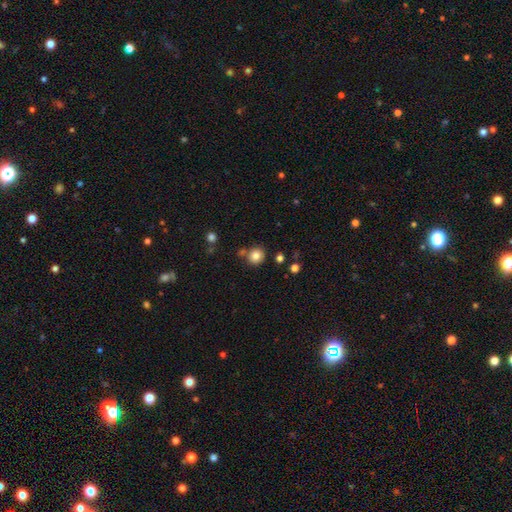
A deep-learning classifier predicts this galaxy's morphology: smooth 82%, star or artifact 11%, featured or disk 7%. Down the decision tree: how rounded — round (88%); merging — none (76%).